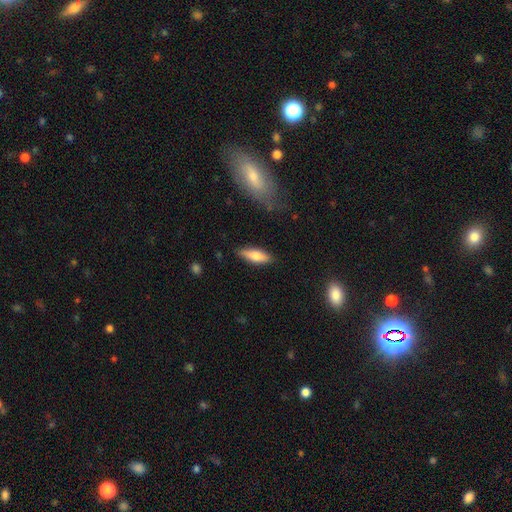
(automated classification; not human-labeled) smooth 69%, featured or disk 25%, star or artifact 6%. Down the decision tree: how rounded — in between (54%); merging — none (84%).